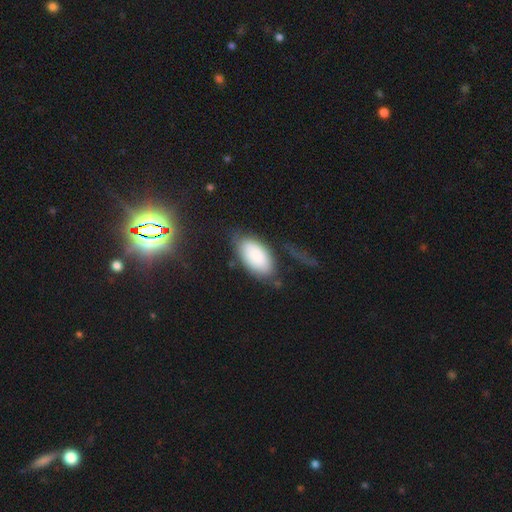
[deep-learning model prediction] Smooth or featured?
  - smooth: 80% *
  - featured or disk: 13%
  - star or artifact: 7%
How rounded?
  - in between: 94% *
  - cigar-shaped: 3%
  - round: 3%
Merging?
  - none: 55% *
  - minor disturbance: 24%
  - major disturbance: 17%
  - merger: 4%